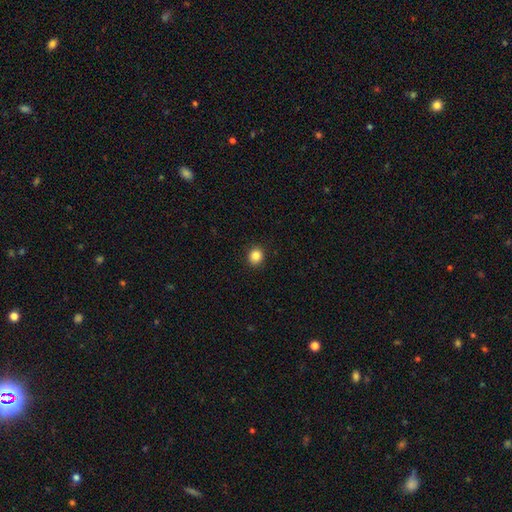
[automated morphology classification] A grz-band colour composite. It shows a smooth galaxy with no disk features (86%) that is round (83%). Merging: none (92%).